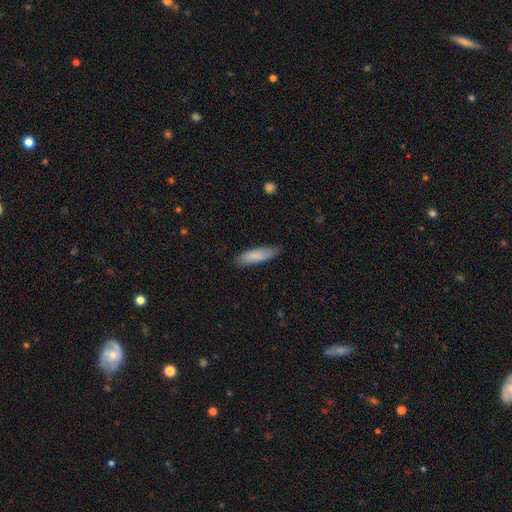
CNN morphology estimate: A smooth galaxy with no disk features (85%) that is cigar-shaped (60%). Merging: none (81%).